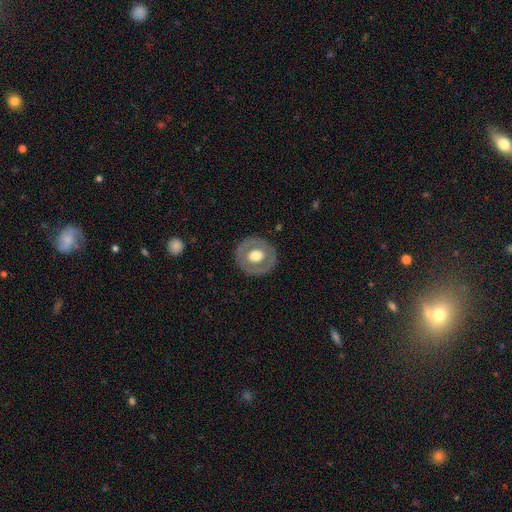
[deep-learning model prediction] Morphology: type=featured or disk (50%); merging=none (86%).